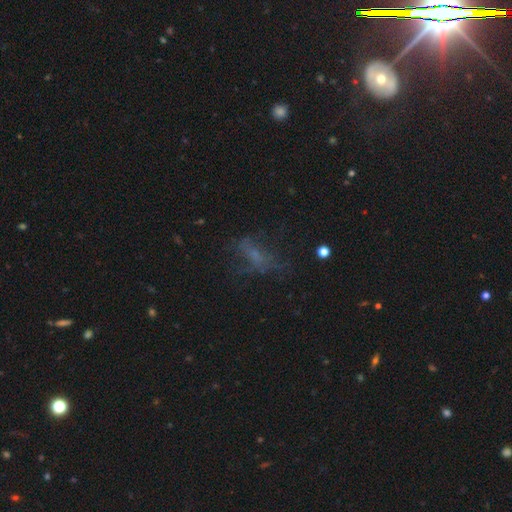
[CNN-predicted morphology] type=smooth (38%); merging=none (46%).